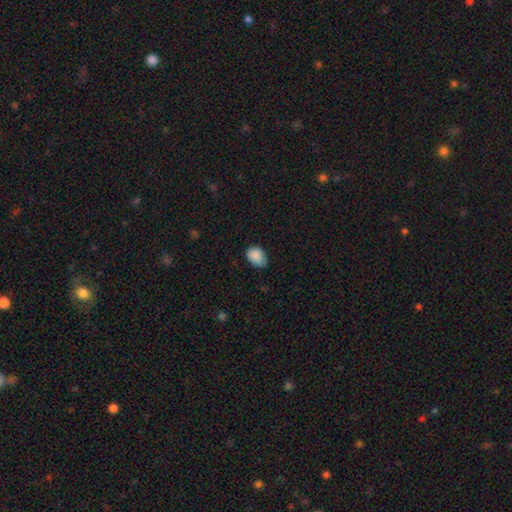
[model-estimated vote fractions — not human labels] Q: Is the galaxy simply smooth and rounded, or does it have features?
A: smooth — 88%.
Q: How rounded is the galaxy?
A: in between — 76%.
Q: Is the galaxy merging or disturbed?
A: none — 66%.